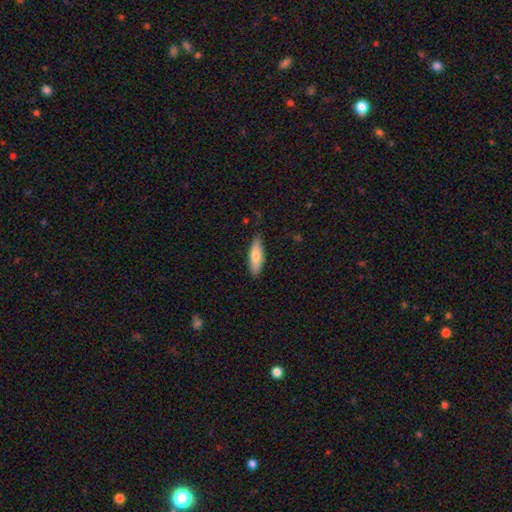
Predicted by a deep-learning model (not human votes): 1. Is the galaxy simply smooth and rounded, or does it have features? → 76% smooth, 18% featured or disk, 6% star or artifact.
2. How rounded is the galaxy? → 50% in between, 48% cigar-shaped, 2% round.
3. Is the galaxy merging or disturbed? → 81% none, 15% minor disturbance, 3% major disturbance, 1% merger.